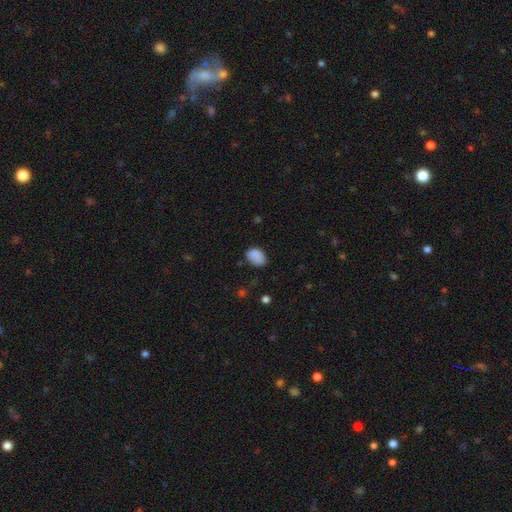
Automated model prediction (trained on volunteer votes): Morphology: type=smooth (85%); roundness=in between (78%); merging=none (65%).